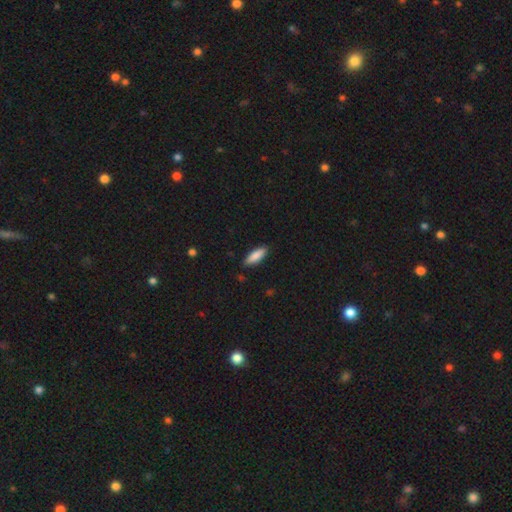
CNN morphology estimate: Smooth or featured? smooth (86%)
How rounded? in between (55%)
Merging? none (88%)